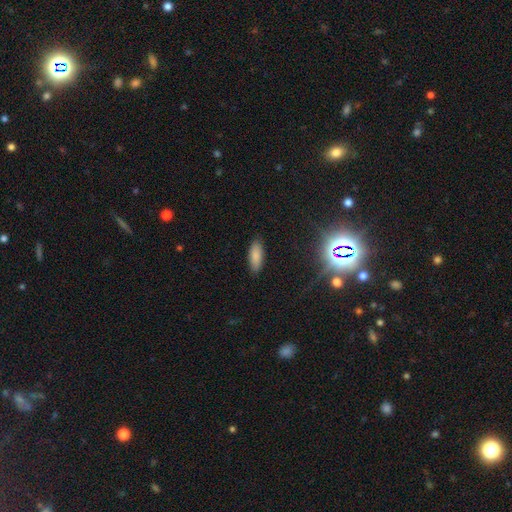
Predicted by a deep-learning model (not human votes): Smooth or featured?
  - smooth: 85% *
  - star or artifact: 9%
  - featured or disk: 6%
How rounded?
  - in between: 72% *
  - cigar-shaped: 26%
  - round: 2%
Merging?
  - none: 88% *
  - minor disturbance: 9%
  - major disturbance: 2%
  - merger: 1%